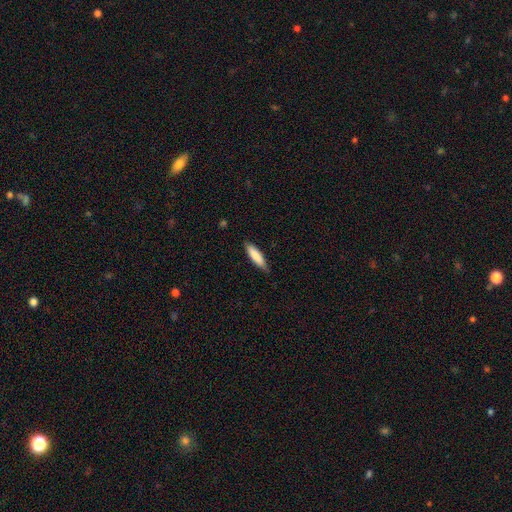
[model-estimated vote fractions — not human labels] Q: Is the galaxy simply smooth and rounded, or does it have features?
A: smooth — 84%.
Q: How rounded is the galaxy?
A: cigar-shaped — 66%.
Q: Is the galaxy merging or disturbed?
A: none — 82%.